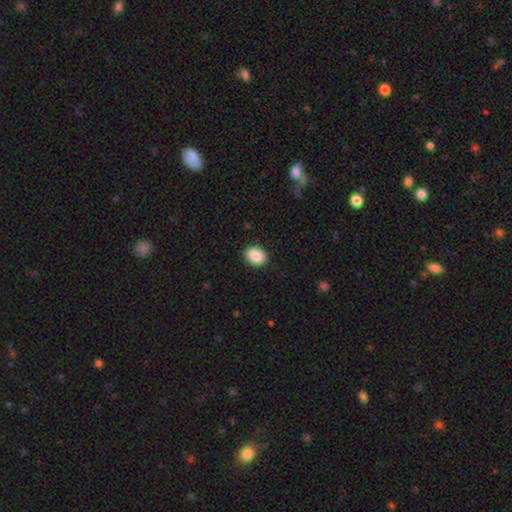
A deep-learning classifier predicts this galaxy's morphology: Smooth or featured? Predicted: smooth (p=0.89). How rounded? Predicted: in between (p=0.52). Merging? Predicted: none (p=0.91).